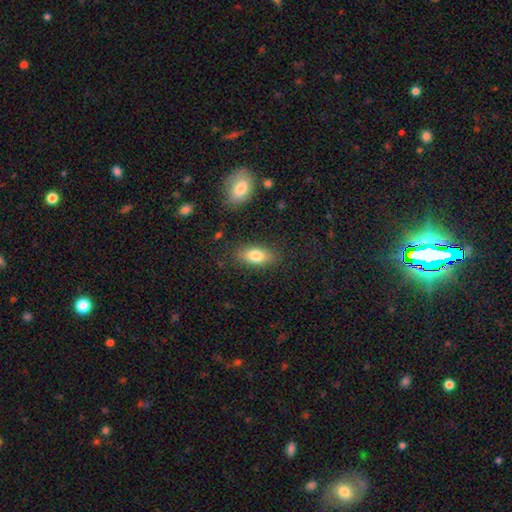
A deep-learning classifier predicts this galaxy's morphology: type=smooth (79%); roundness=in between (85%); merging=none (83%).